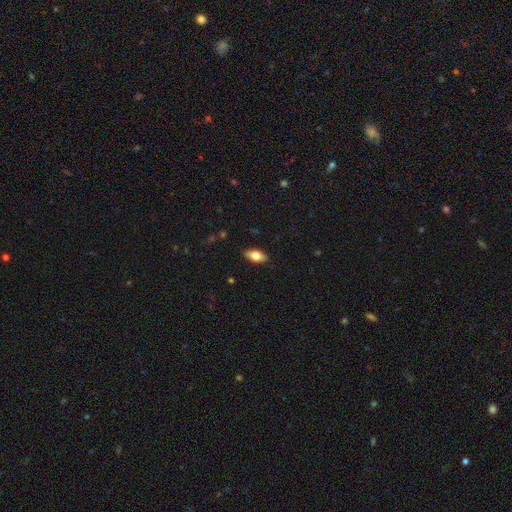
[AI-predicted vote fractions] Smooth or featured? smooth (72%)
How rounded? in between (88%)
Merging? none (87%)